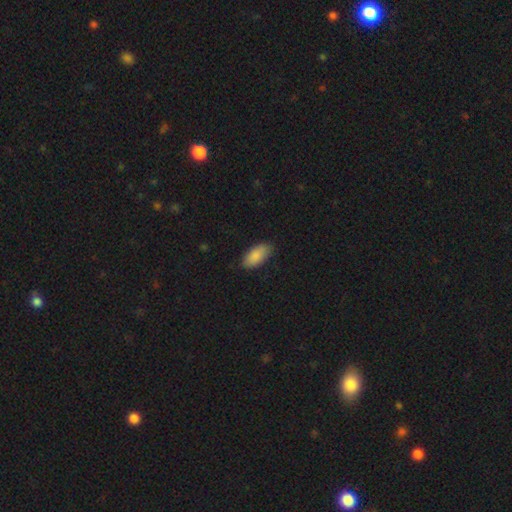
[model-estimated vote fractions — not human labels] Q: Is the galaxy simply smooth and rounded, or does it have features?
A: smooth — 87%.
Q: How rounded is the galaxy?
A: in between — 93%.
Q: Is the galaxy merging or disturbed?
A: none — 84%.